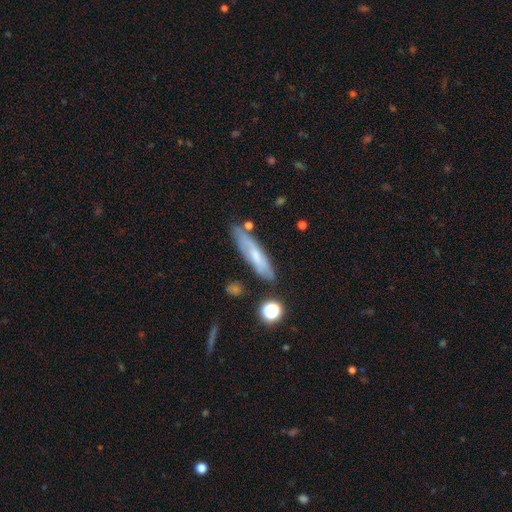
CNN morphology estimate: smooth-or-featured: smooth: 52% | featured or disk: 40% | star or artifact: 8%
  how-rounded: cigar-shaped: 79% | in between: 19% | round: 2%
  merging: none: 75% | minor disturbance: 17% | merger: 5% | major disturbance: 4%